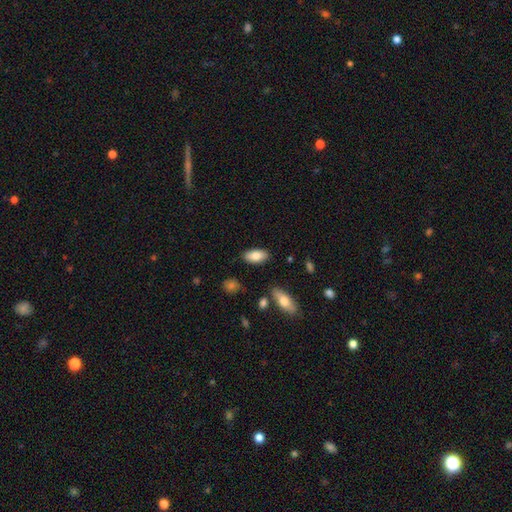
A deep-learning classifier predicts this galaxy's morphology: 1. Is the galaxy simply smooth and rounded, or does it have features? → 81% smooth, 12% featured or disk, 7% star or artifact.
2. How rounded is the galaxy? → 91% in between, 6% cigar-shaped, 3% round.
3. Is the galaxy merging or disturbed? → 85% none, 10% minor disturbance, 2% merger, 2% major disturbance.